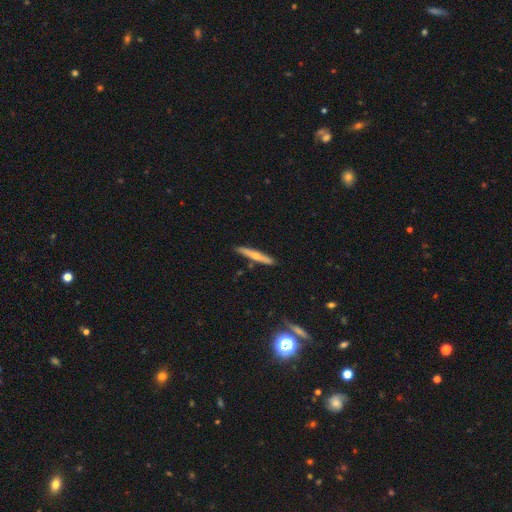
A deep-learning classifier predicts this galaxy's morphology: smooth-or-featured: featured or disk: 55% | smooth: 38% | star or artifact: 7%
  disk-edge-on: yes: 95% | no: 5%
    edge-on-bulge: rounded: 78% | none: 18% | boxy: 3%
  merging: none: 88% | minor disturbance: 8% | merger: 2% | major disturbance: 2%